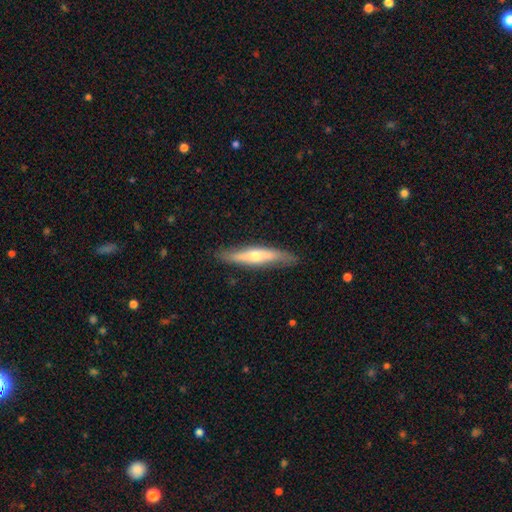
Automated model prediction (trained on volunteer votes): The model was most divided on "smooth or featured": featured or disk: 49%, smooth: 45%, star or artifact: 5%. More confident: merging — none (83%).